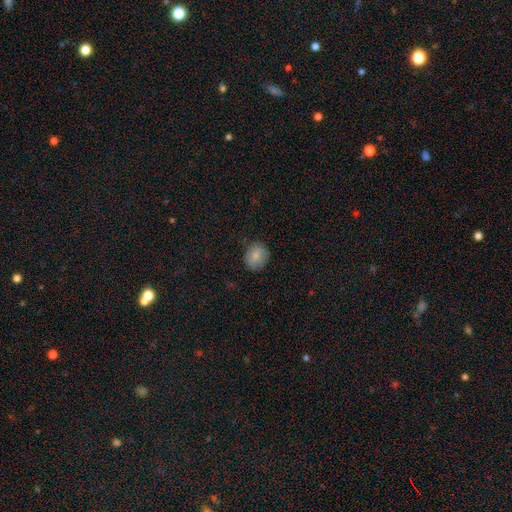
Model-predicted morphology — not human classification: This is clearly a smooth galaxy (83%). How rounded: likely round (72%). Merging: clearly none (81%).